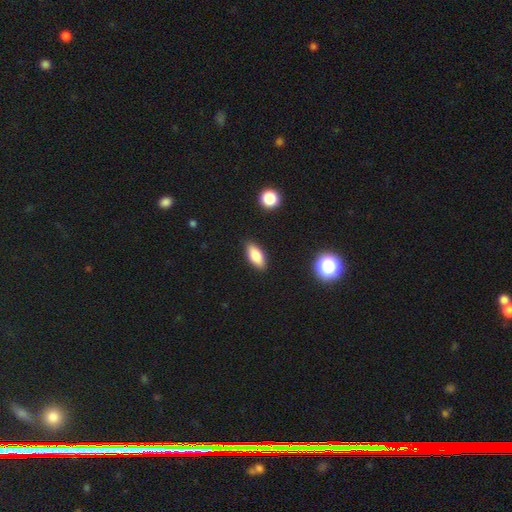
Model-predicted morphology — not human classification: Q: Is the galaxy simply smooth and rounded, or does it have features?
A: smooth — 80%.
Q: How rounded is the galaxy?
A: in between — 82%.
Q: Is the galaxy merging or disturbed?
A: none — 88%.